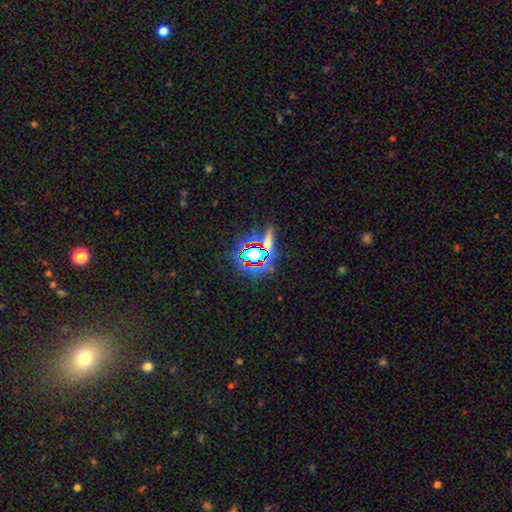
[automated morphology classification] This appears to be a star or artifact, not a galaxy (66%).